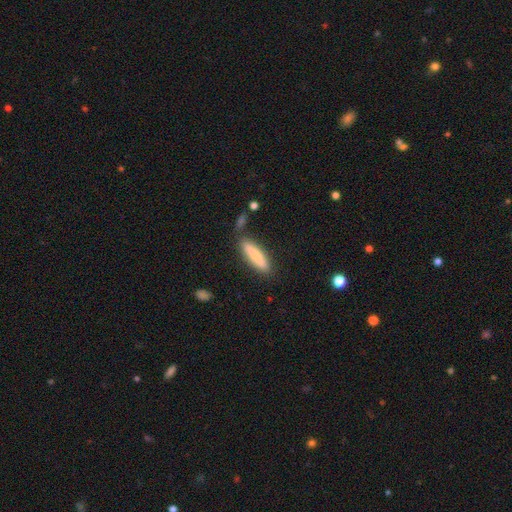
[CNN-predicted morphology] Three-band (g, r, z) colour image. It shows a smooth galaxy with no disk features (77%) that is cigar-shaped (75%). Merging: none (81%).